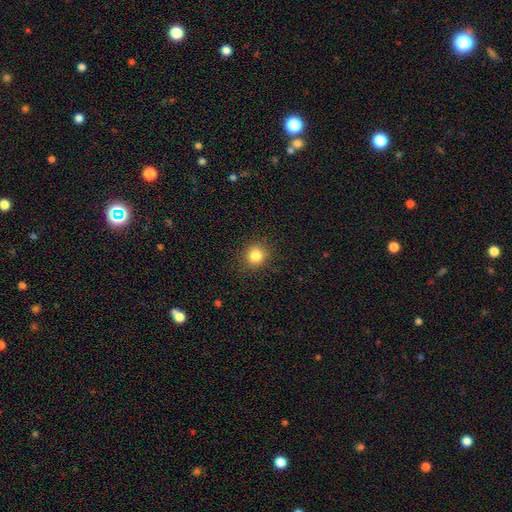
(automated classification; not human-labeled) The model was most divided on "smooth or featured": smooth: 83%, star or artifact: 11%, featured or disk: 5%. More confident: merging — none (89%); how rounded — round (86%).